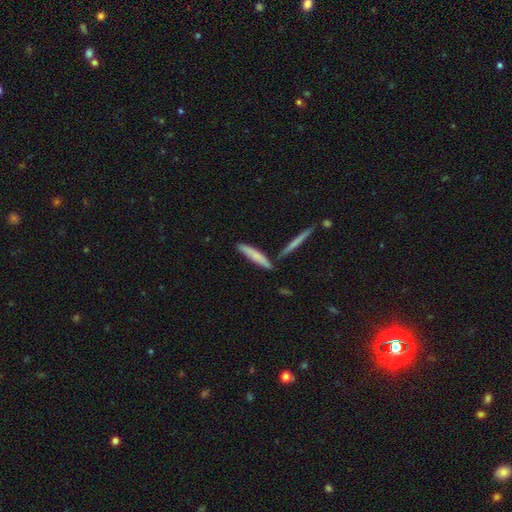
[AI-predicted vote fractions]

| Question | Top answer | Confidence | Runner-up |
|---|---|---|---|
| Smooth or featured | smooth | 67% | featured or disk (27%) |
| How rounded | cigar-shaped | 88% | in between (10%) |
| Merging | none | 70% | minor disturbance (14%) |